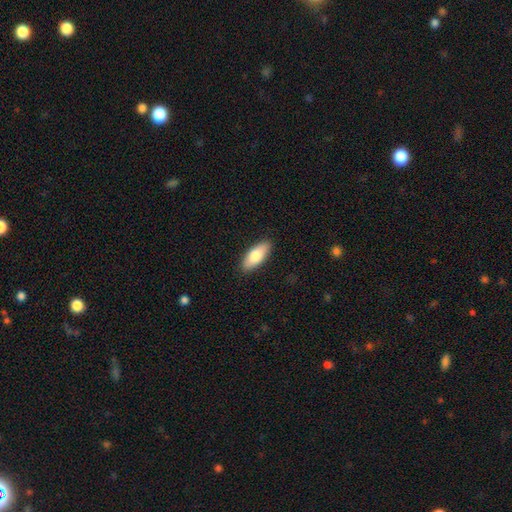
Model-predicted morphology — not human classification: smooth-or-featured: smooth: 78% | featured or disk: 17% | star or artifact: 6%
  how-rounded: in between: 79% | cigar-shaped: 19% | round: 2%
  merging: none: 89% | minor disturbance: 8% | major disturbance: 2% | merger: 1%